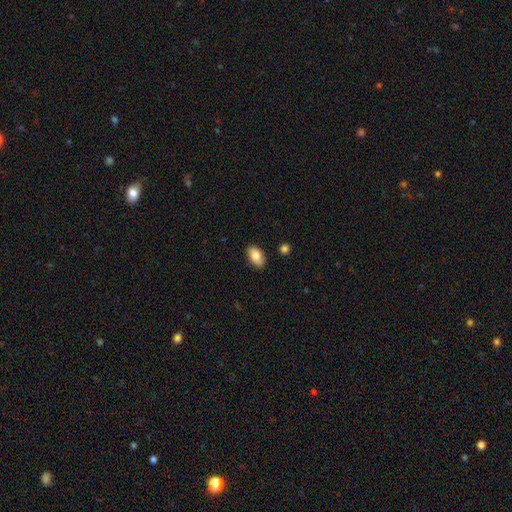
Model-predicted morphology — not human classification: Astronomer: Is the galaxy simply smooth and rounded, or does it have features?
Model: smooth — 84%.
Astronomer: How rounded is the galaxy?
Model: in between — 92%.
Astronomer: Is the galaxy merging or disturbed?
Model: none — 86%.